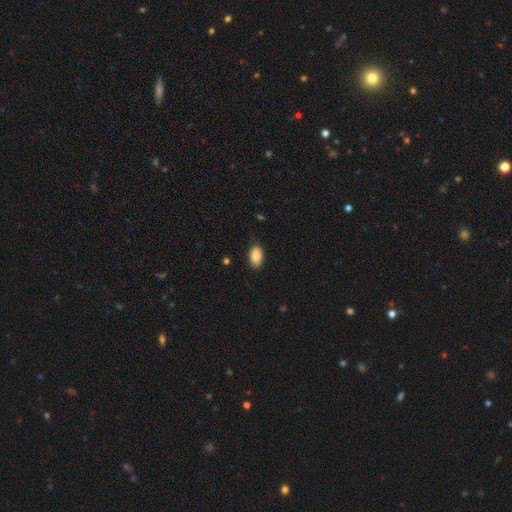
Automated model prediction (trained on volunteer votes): smooth 88%, star or artifact 7%, featured or disk 5%. Down the decision tree: how rounded — in between (93%); merging — none (85%).